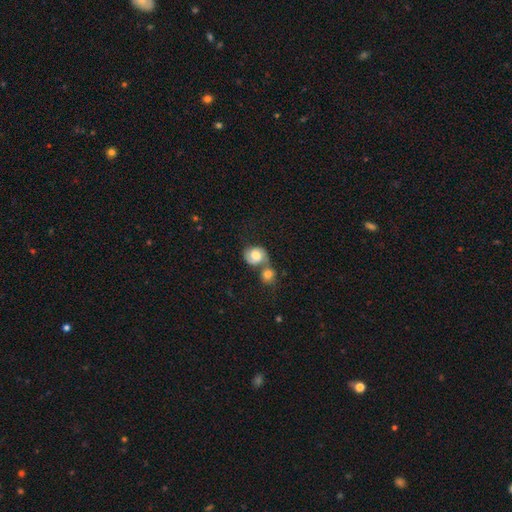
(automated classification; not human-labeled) Overall: smooth (54%; featured or disk 38%). How rounded: round (75%). Merging: merger (56%; none 27%).